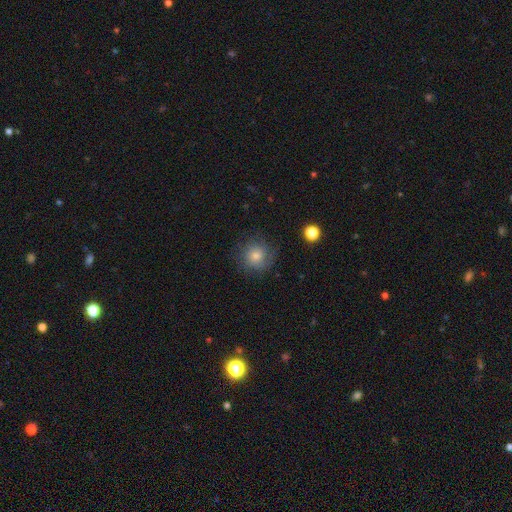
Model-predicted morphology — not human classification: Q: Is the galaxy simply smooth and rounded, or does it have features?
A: smooth — 56%.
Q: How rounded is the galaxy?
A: round — 92%.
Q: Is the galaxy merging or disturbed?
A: none — 78%.